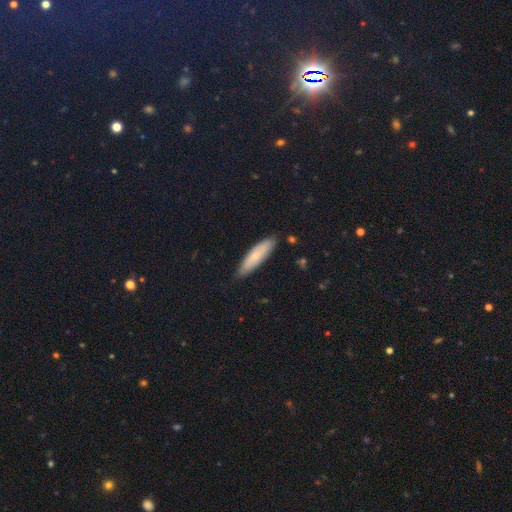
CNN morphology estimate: Overall: smooth (65%; featured or disk 29%). How rounded: cigar-shaped (67%; in between 31%). Merging: none (84%).